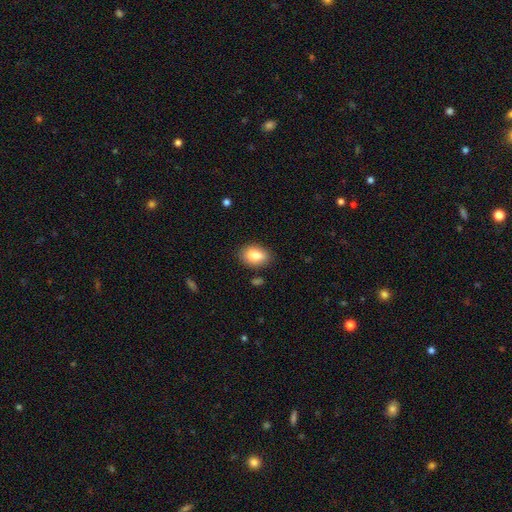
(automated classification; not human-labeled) smooth_or_featured: smooth (p=0.83) [alt: featured or disk p=0.10]
how_rounded: in between (p=0.86) [alt: round p=0.13]
merging: none (p=0.83) [alt: minor disturbance p=0.12]